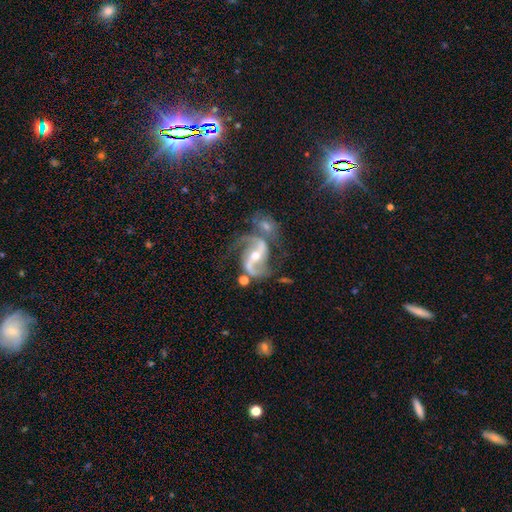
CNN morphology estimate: featured or disk 89%, star or artifact 7%, smooth 4%. Down the decision tree: edge-on disk — no (97%); bar — strong (45%); spiral arms — yes (97%); spiral arm count — 2 (91%); spiral winding — medium (47%); bulge size — moderate (54%); merging — none (48%).